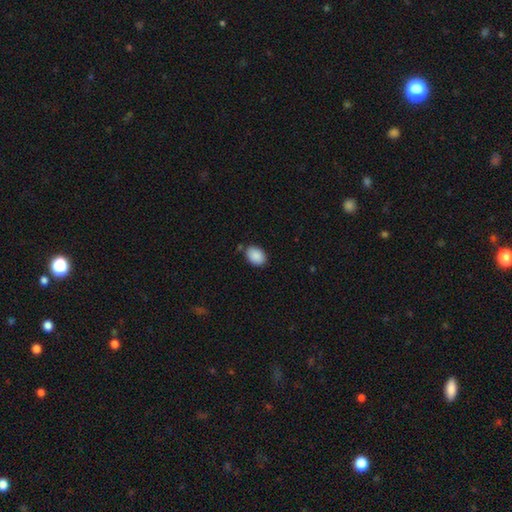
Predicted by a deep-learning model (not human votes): The model was most divided on "how rounded": in between: 80%, round: 19%, cigar-shaped: 1%. More confident: smooth or featured — smooth (90%); merging — none (81%).